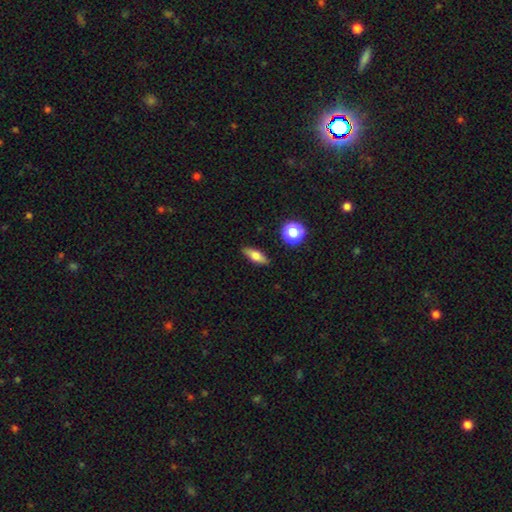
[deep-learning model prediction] Overall: smooth (64%; featured or disk 27%). How rounded: in between (58%; cigar-shaped 34%). Merging: none (87%).